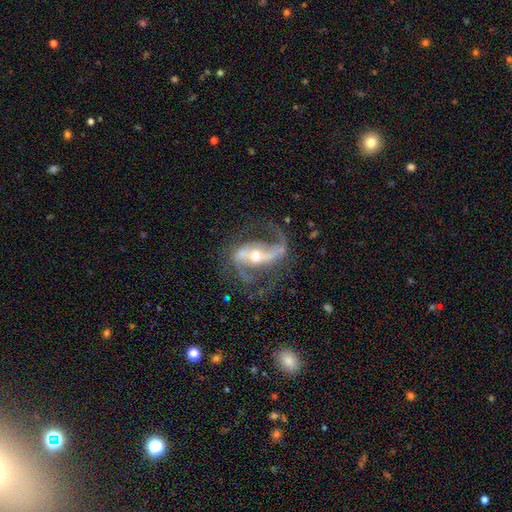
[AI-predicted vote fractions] A featured or disk galaxy (91%) with a strong bar (55%), 2 (87%) loose (48%) spiral arms (96%) and a moderate central bulge (58%).

Vote fractions:
- Smooth or featured? featured or disk: 91% / star or artifact: 5% / smooth: 4%
- Edge-on disk? no: 96% / yes: 4%
- Bar? strong: 55% / weak: 29% / no: 16%
- Spiral arms? yes: 96% / no: 4%
- Spiral winding? loose: 48% / medium: 42% / tight: 10%
- Spiral arm count? 2: 87% / 1: 7% / can't tell: 2% / 3: 2% / 4: 1% / more than 4: 1%
- Bulge size? moderate: 58% / small: 36% / large: 4% / none: 1% / dominant: 1%
- Merging? none: 66% / major disturbance: 16% / minor disturbance: 16% / merger: 3%